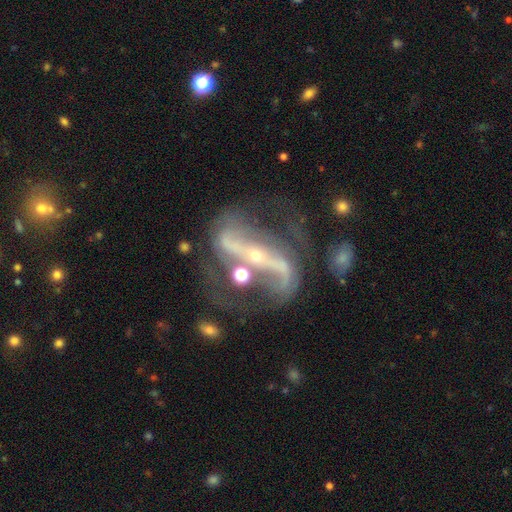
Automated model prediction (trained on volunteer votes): smooth_or_featured: featured or disk (p=0.89) [alt: star or artifact p=0.06]
disk_edge_on: no (p=0.92) [alt: yes p=0.08]
bar: strong (p=0.76) [alt: weak p=0.12]
has_spiral_arms: yes (p=0.91) [alt: no p=0.09]
spiral_winding: loose (p=0.58) [alt: medium p=0.30]
spiral_arm_count: 2 (p=0.90) [alt: can't tell p=0.04]
bulge_size: small (p=0.75) [alt: moderate p=0.21]
merging: none (p=0.49) [alt: major disturbance p=0.21]